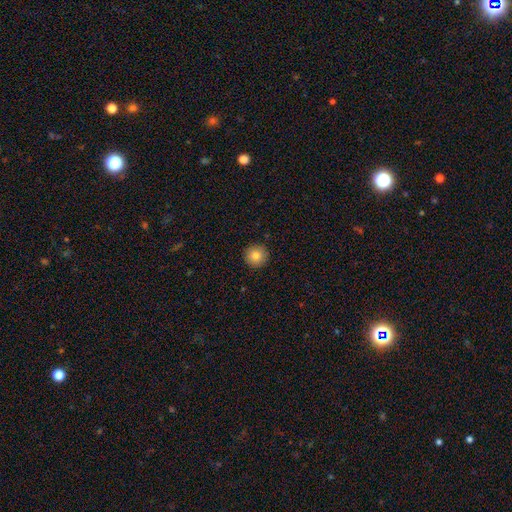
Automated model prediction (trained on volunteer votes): The model was most divided on "smooth or featured": smooth: 83%, star or artifact: 10%, featured or disk: 7%. More confident: how rounded — round (96%); merging — none (92%).